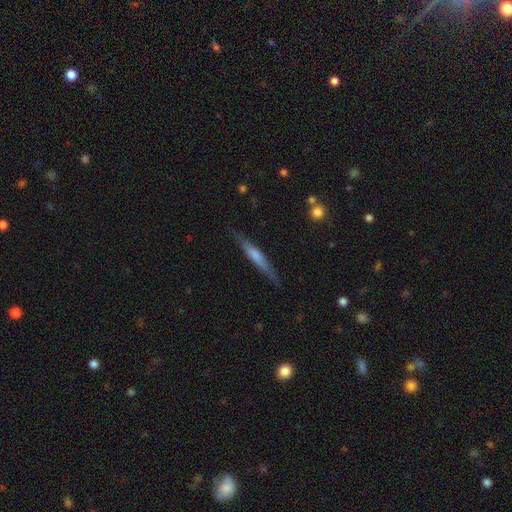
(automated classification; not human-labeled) The model was most divided on "smooth or featured" (2-way tie): featured or disk: 47%, smooth: 47%, star or artifact: 6%. More confident: merging — none (85%).